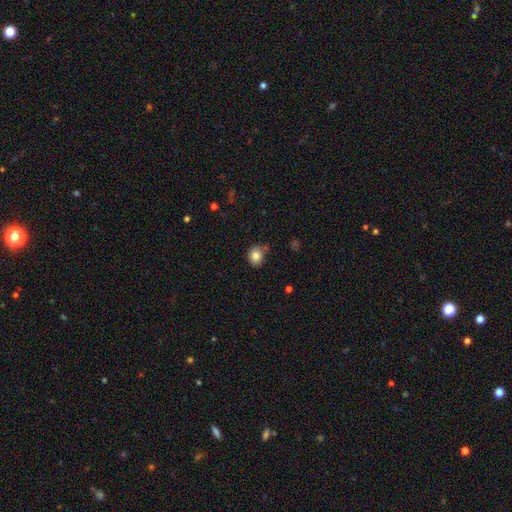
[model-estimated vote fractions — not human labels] smooth 82%, star or artifact 10%, featured or disk 7%. Down the decision tree: how rounded — round (73%); merging — none (69%).